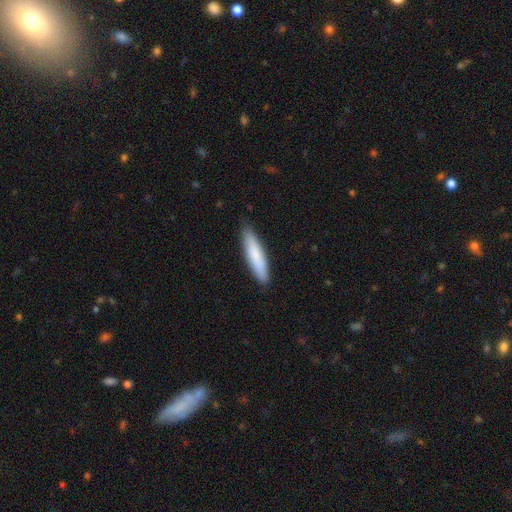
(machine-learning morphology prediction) type=smooth (80%); roundness=cigar-shaped (83%); merging=none (88%).